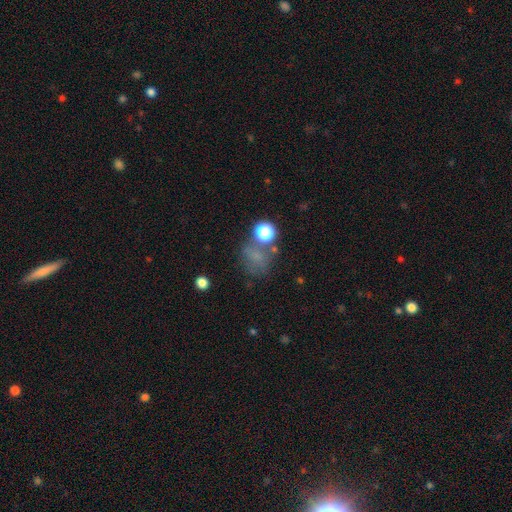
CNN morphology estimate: The model was most divided on "how rounded": round: 65%, in between: 34%, cigar-shaped: 1%. More confident: smooth or featured — smooth (60%); merging — none (52%).